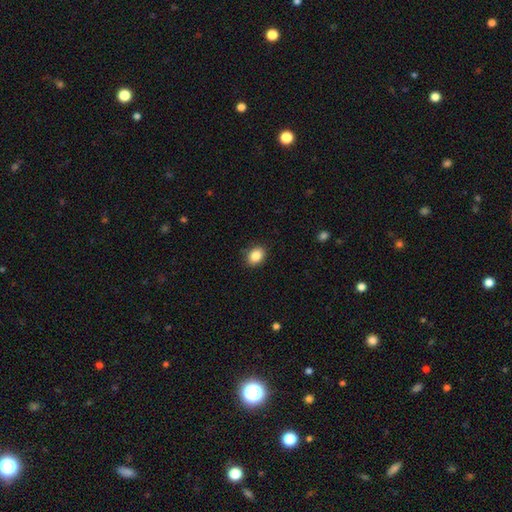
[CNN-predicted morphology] Overall: smooth (87%). How rounded: in between (66%; round 33%). Merging: none (88%).